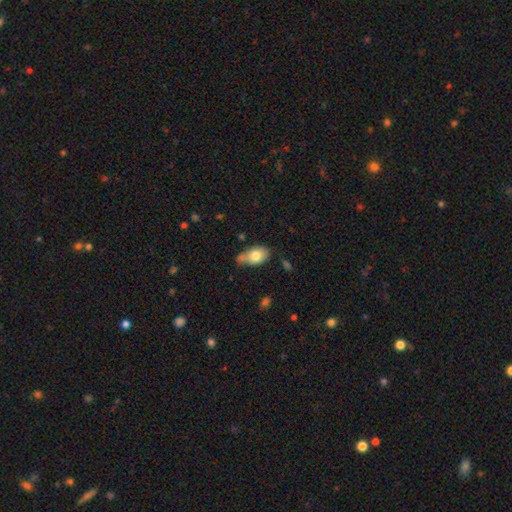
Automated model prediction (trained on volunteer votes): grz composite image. It shows a smooth galaxy with no disk features (77%) that is in between round and cigar-shaped (84%). Merging: none (47%).